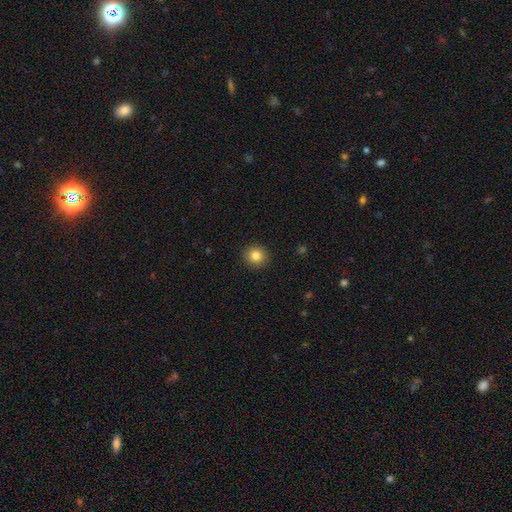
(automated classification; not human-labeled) Smooth or featured? smooth (83%)
How rounded? round (92%)
Merging? none (91%)